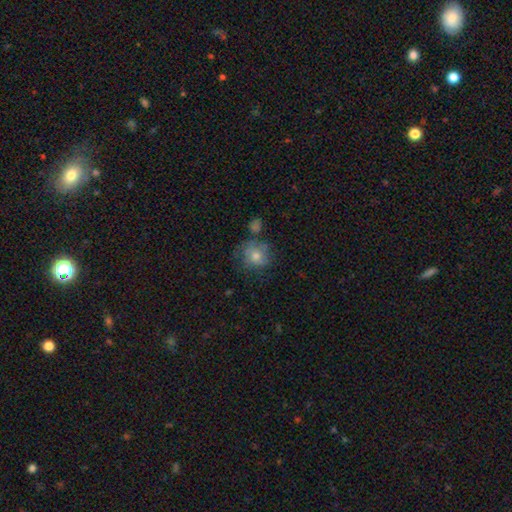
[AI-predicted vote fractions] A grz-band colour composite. It shows a smooth galaxy with no disk features (60%) that is round (74%). Merging: none (57%).